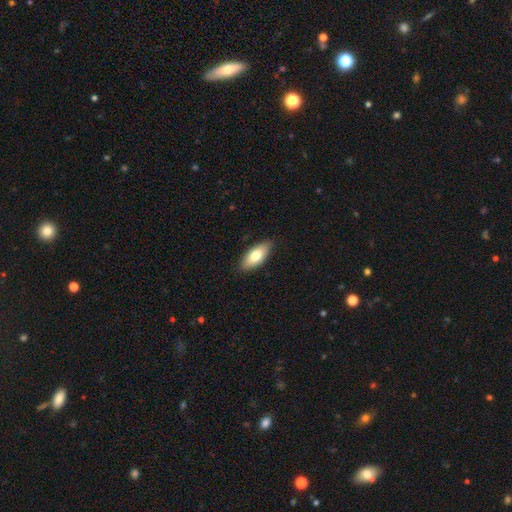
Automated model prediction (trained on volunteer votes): Smooth or featured? smooth (77%)
How rounded? in between (85%)
Merging? none (87%)